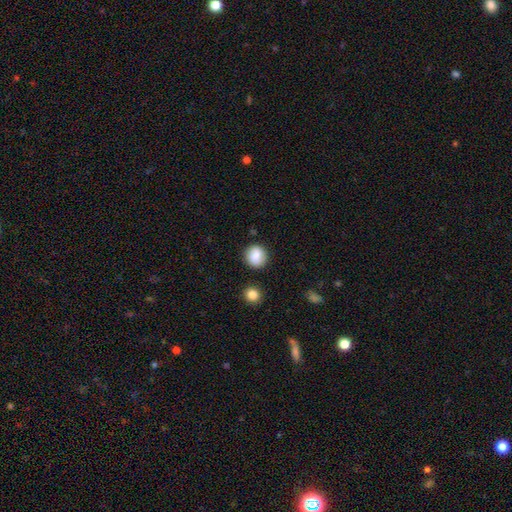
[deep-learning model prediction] The model was most divided on "smooth or featured": smooth: 82%, featured or disk: 9%, star or artifact: 8%. More confident: how rounded — round (86%); merging — none (84%).